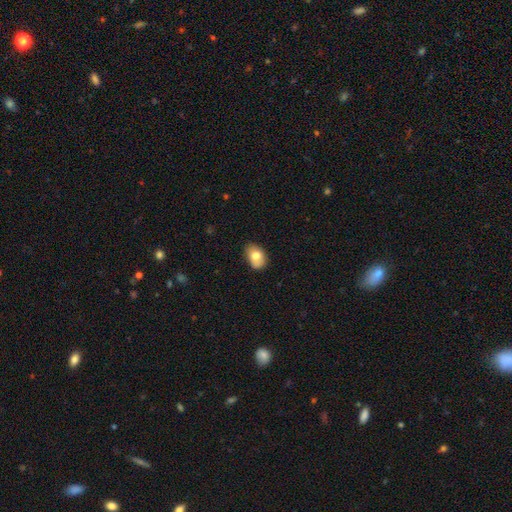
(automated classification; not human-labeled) Smooth or featured? Predicted: smooth (p=0.77). How rounded? Predicted: in between (p=0.82). Merging? Predicted: none (p=0.71).